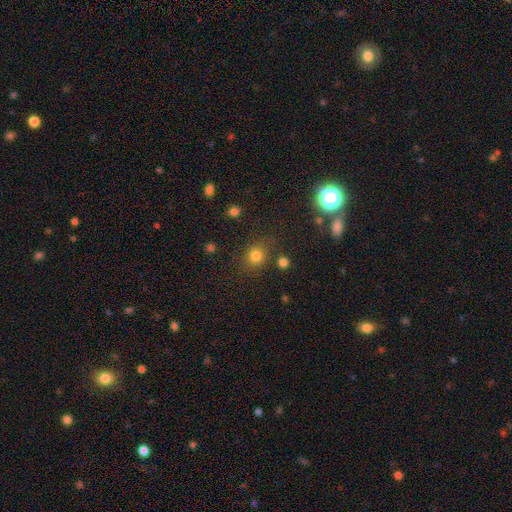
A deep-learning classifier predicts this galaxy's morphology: smooth-or-featured: smooth: 78% | star or artifact: 16% | featured or disk: 7%
  how-rounded: round: 76% | in between: 23% | cigar-shaped: 1%
  merging: none: 76% | minor disturbance: 12% | merger: 6% | major disturbance: 5%